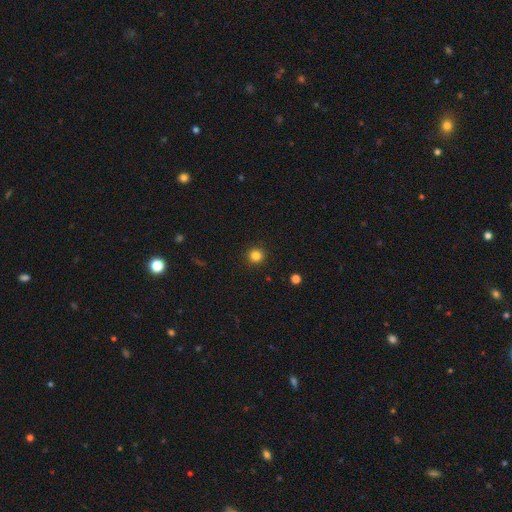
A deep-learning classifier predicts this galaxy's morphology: Smooth or featured? smooth (83%)
How rounded? round (94%)
Merging? none (92%)